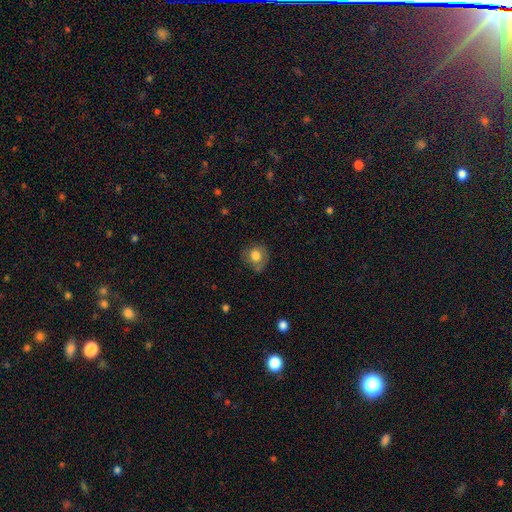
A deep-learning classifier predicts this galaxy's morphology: type=smooth (77%); roundness=round (82%); merging=none (70%).